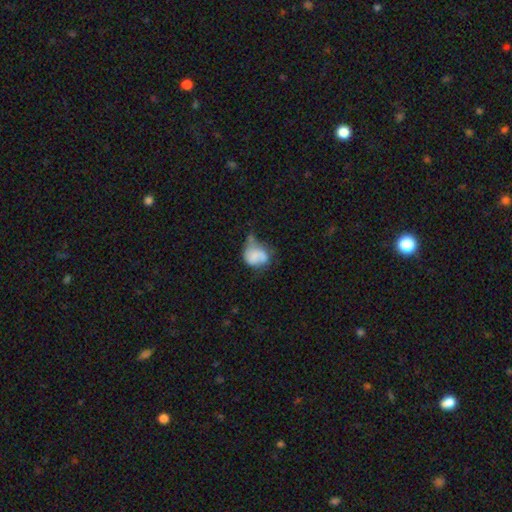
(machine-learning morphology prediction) Smooth or featured?
  - smooth: 58% *
  - featured or disk: 34%
  - star or artifact: 9%
How rounded?
  - in between: 50% *
  - round: 49%
  - cigar-shaped: 1%
Merging?
  - minor disturbance: 35% *
  - major disturbance: 26%
  - none: 25%
  - merger: 13%